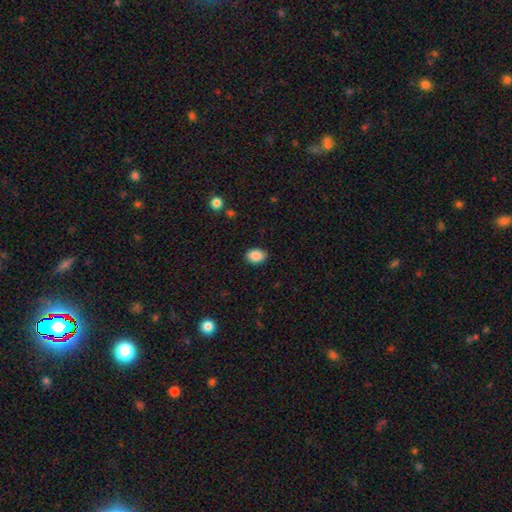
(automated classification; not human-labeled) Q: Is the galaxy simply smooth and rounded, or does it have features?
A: smooth — 89%.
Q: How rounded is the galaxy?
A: in between — 71%.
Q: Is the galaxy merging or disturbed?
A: none — 87%.